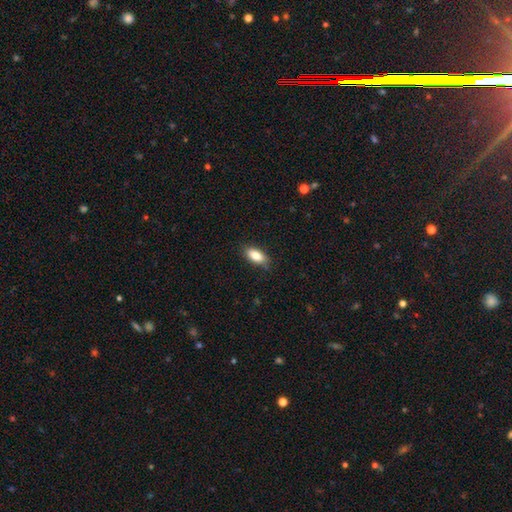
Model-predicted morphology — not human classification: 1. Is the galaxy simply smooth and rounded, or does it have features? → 84% smooth, 9% featured or disk, 7% star or artifact.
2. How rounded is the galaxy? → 85% in between, 12% cigar-shaped, 3% round.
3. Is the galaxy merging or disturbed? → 82% none, 14% minor disturbance, 3% major disturbance, 1% merger.